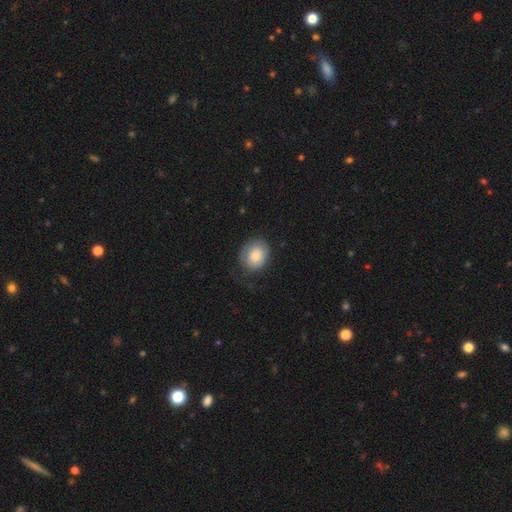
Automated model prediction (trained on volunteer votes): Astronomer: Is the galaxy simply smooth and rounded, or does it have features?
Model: smooth — 78%.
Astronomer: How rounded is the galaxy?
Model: round — 63%.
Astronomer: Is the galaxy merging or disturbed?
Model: none — 64%.